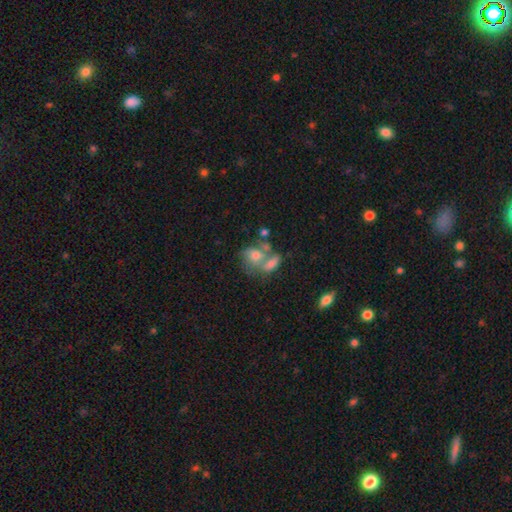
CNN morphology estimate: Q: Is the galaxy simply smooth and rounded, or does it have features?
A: smooth — 53%.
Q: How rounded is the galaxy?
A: in between — 58%.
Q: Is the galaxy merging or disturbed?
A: merger — 51%.